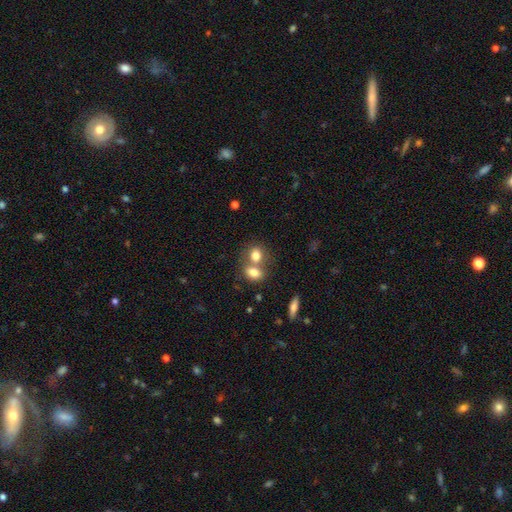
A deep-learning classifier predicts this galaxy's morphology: smooth 79%, featured or disk 12%, star or artifact 10%. Down the decision tree: how rounded — in between (54%); merging — merger (56%).